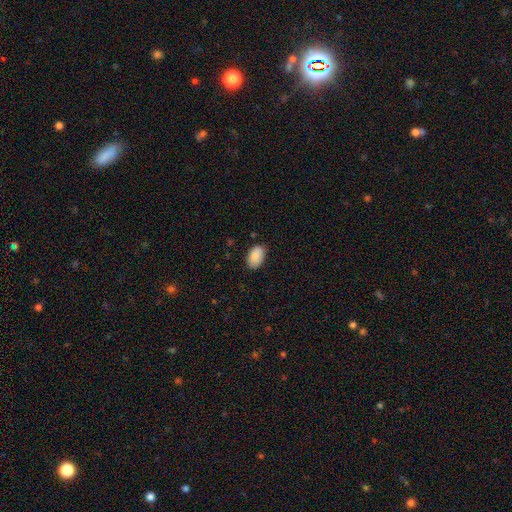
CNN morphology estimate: Q: Smooth or featured?
A: smooth (88%); runner-up: star or artifact (7%)
Q: How rounded?
A: in between (92%); runner-up: round (6%)
Q: Merging?
A: none (81%); runner-up: minor disturbance (16%)